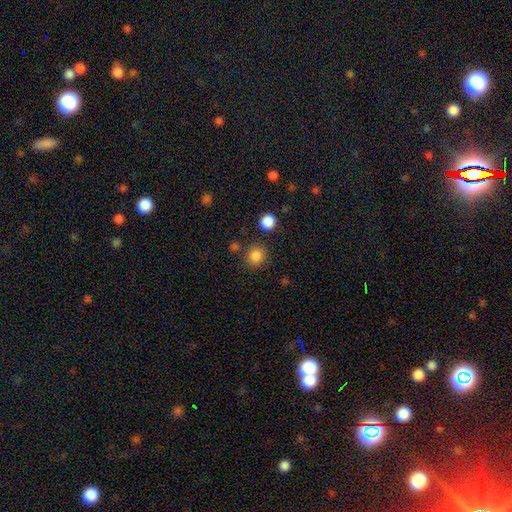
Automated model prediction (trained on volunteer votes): smooth-or-featured: smooth: 85% | star or artifact: 12% | featured or disk: 4%
  how-rounded: round: 87% | in between: 12% | cigar-shaped: 1%
  merging: none: 83% | minor disturbance: 9% | merger: 5% | major disturbance: 4%